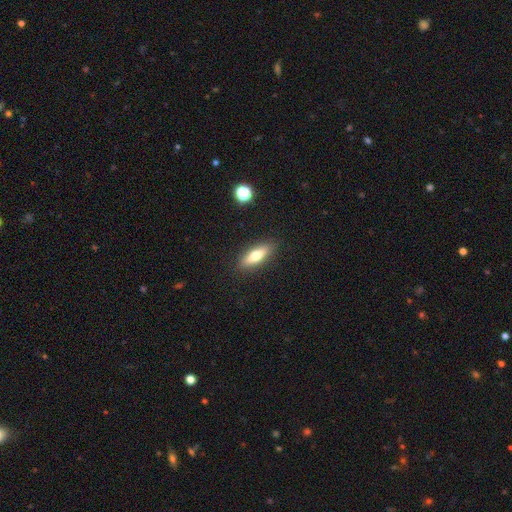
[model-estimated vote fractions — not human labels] This appears to be a smooth galaxy with no disk features (64%) that is cigar-shaped (49%). Merging: none (88%).